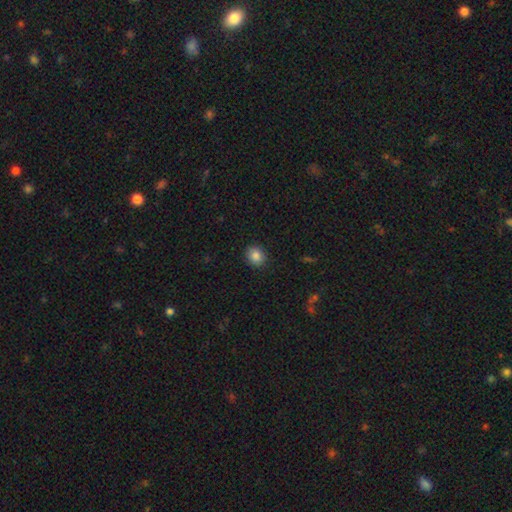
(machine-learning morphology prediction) Smooth or featured? Predicted: smooth (p=0.85). How rounded? Predicted: round (p=0.66). Merging? Predicted: none (p=0.90).